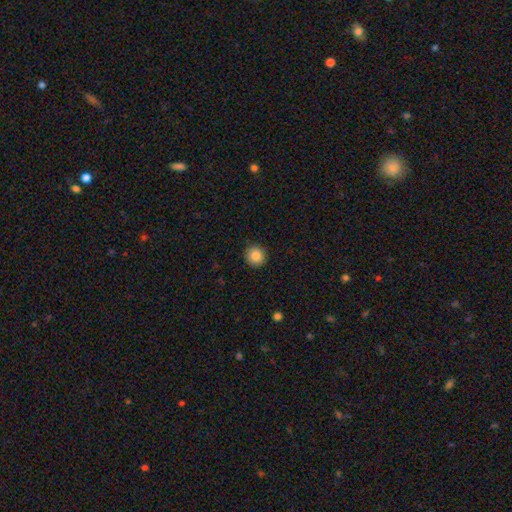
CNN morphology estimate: smooth_or_featured: smooth (p=0.86) [alt: star or artifact p=0.09]
how_rounded: round (p=0.94) [alt: in between p=0.05]
merging: none (p=0.92) [alt: minor disturbance p=0.05]